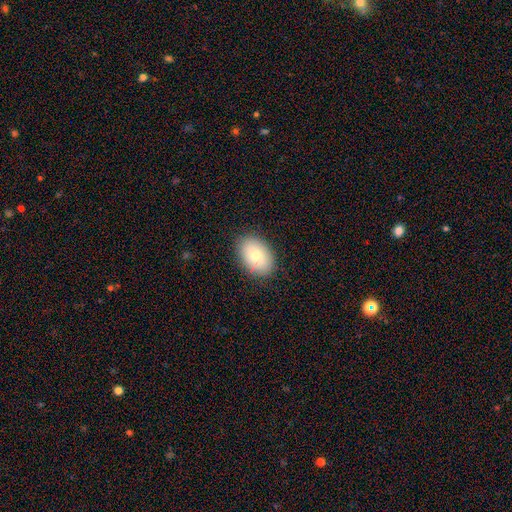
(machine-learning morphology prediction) The model was most divided on "smooth or featured": smooth: 78%, featured or disk: 14%, star or artifact: 8%. More confident: merging — none (86%); how rounded — in between (85%).